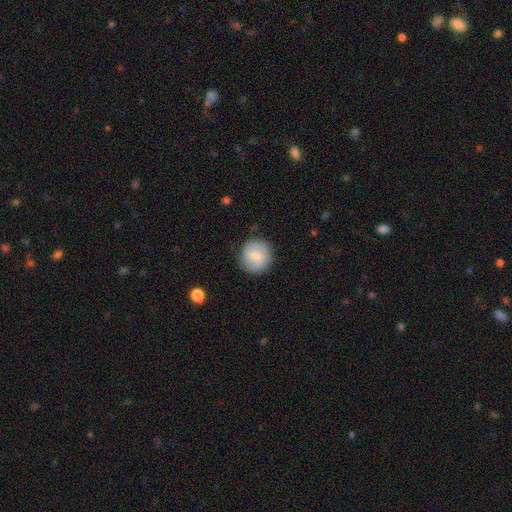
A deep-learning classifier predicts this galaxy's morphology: Smooth or featured? Predicted: smooth (p=0.60). How rounded? Predicted: round (p=0.93). Merging? Predicted: none (p=0.86).